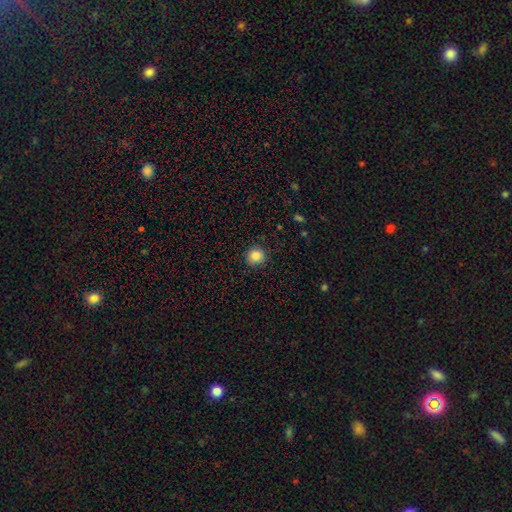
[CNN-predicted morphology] The model was most divided on "smooth or featured": smooth: 86%, star or artifact: 10%, featured or disk: 4%. More confident: how rounded — round (93%); merging — none (89%).